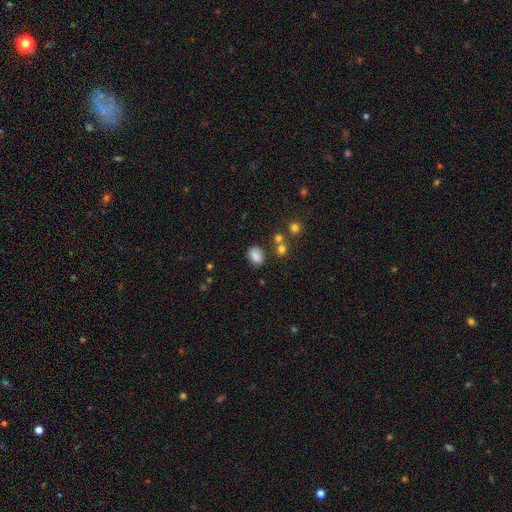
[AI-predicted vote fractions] Smooth or featured? Predicted: smooth (p=0.84). How rounded? Predicted: in between (p=0.72). Merging? Predicted: none (p=0.73).